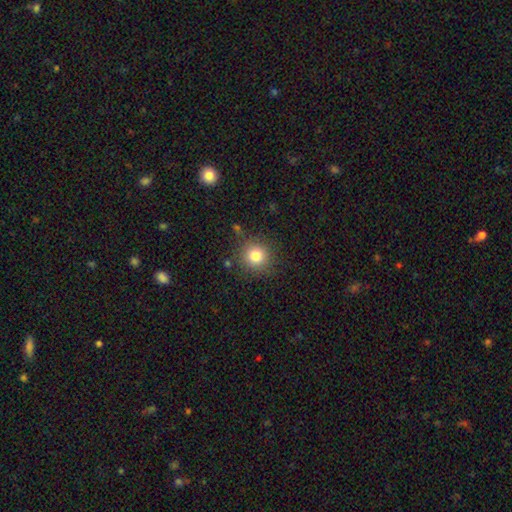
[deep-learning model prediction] smooth-or-featured: smooth: 81% | star or artifact: 12% | featured or disk: 7%
  how-rounded: round: 94% | in between: 5% | cigar-shaped: 1%
  merging: none: 86% | minor disturbance: 8% | major disturbance: 3% | merger: 2%